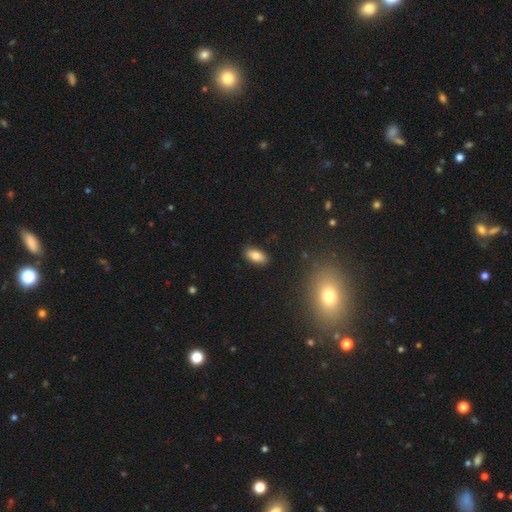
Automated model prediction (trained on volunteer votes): smooth-or-featured: smooth: 83% | featured or disk: 9% | star or artifact: 9%
  how-rounded: in between: 91% | cigar-shaped: 5% | round: 4%
  merging: none: 88% | minor disturbance: 9% | major disturbance: 2% | merger: 1%